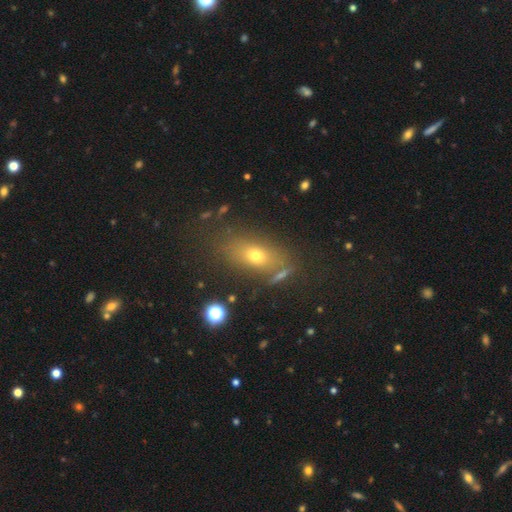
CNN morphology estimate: Smooth or featured?
  - smooth: 61% *
  - featured or disk: 21%
  - star or artifact: 18%
How rounded?
  - in between: 73% *
  - round: 15%
  - cigar-shaped: 12%
Merging?
  - none: 70% *
  - minor disturbance: 14%
  - merger: 9%
  - major disturbance: 7%